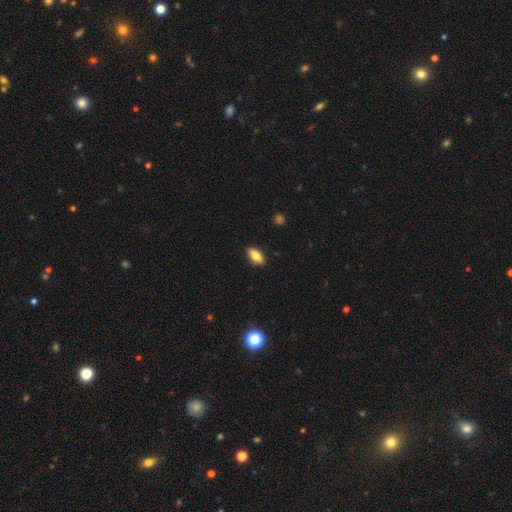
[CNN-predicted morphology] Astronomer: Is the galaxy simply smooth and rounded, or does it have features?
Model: smooth — 78%.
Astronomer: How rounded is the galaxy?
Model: in between — 88%.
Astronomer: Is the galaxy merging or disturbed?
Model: none — 86%.